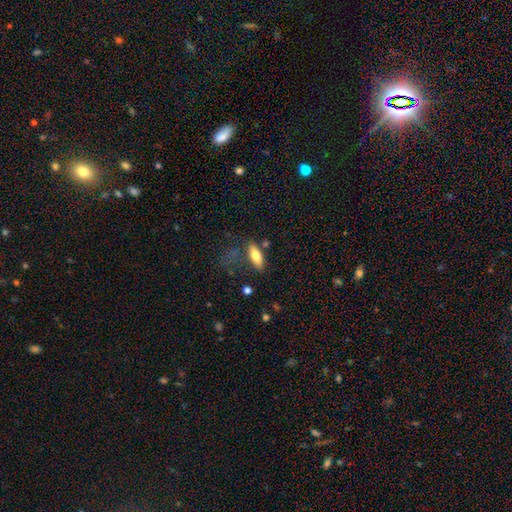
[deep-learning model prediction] Smooth or featured? Predicted: smooth (p=0.69). How rounded? Predicted: in between (p=0.65). Merging? Predicted: none (p=0.67).